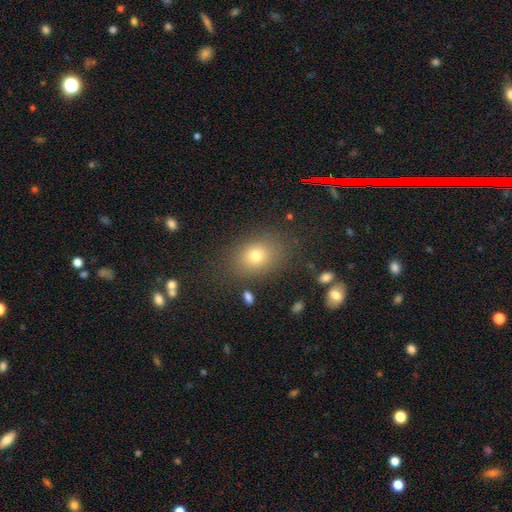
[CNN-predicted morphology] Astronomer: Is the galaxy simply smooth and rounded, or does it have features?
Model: smooth — 74%.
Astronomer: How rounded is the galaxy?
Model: in between — 62%.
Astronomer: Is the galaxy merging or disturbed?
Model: none — 81%.